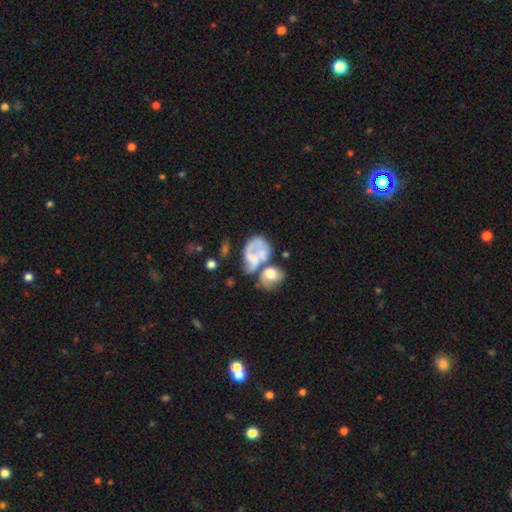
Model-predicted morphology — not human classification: Smooth or featured?
  - featured or disk: 52% *
  - smooth: 38%
  - star or artifact: 10%
Edge-on disk?
  - no: 97% *
  - yes: 3%
Bar?
  - no: 80% *
  - weak: 16%
  - strong: 5%
Spiral arms?
  - no: 60% *
  - yes: 40%
Bulge size?
  - none: 49% *
  - moderate: 22%
  - small: 17%
  - large: 9%
  - dominant: 3%
Merging?
  - merger: 49% *
  - major disturbance: 23%
  - none: 16%
  - minor disturbance: 12%